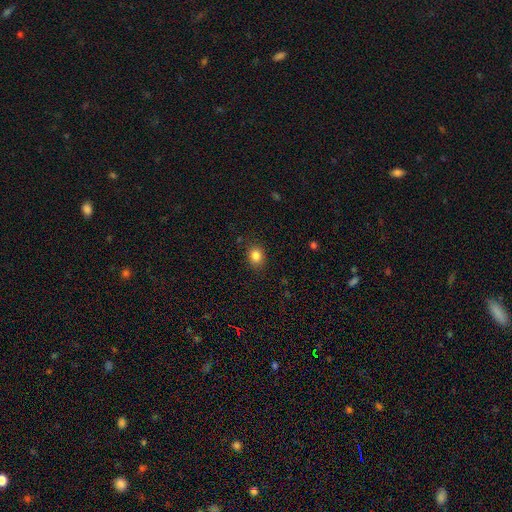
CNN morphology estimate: smooth-or-featured: smooth: 85% | star or artifact: 10% | featured or disk: 5%
  how-rounded: round: 54% | in between: 45% | cigar-shaped: 1%
  merging: none: 85% | minor disturbance: 11% | major disturbance: 3% | merger: 1%